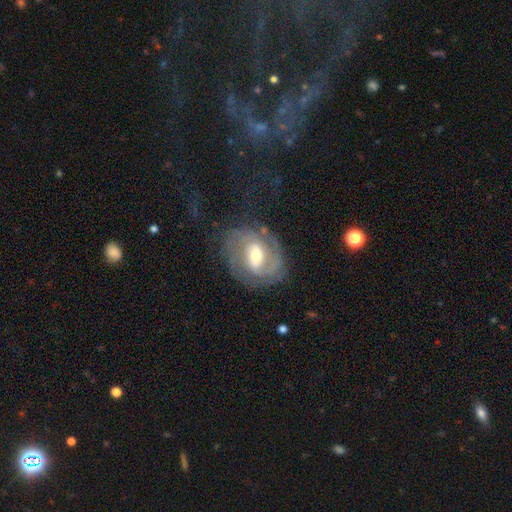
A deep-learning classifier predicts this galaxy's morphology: The model was most divided on "spiral winding": tight: 48%, medium: 39%, loose: 13%. More confident: edge-on disk — no (97%); spiral arms — yes (91%); smooth or featured — featured or disk (80%); merging — none (66%); spiral arm count — 2 (64%); bulge size — moderate (61%); bar — weak (51%).